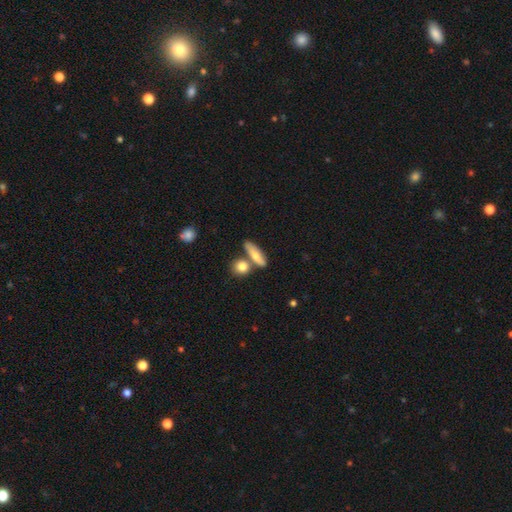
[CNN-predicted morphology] smooth-or-featured: smooth: 67% | featured or disk: 26% | star or artifact: 7%
  how-rounded: cigar-shaped: 47% | in between: 45% | round: 8%
  merging: none: 59% | merger: 25% | minor disturbance: 12% | major disturbance: 4%